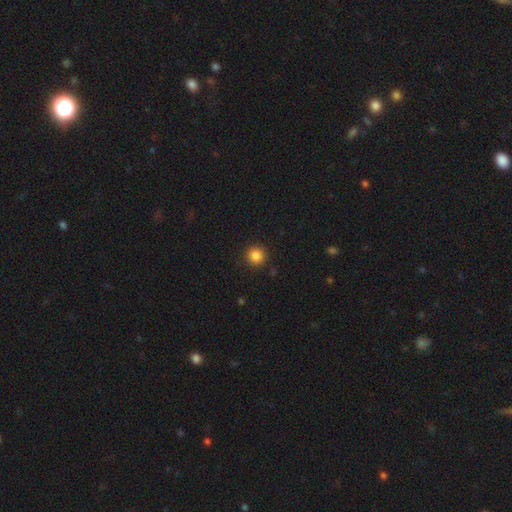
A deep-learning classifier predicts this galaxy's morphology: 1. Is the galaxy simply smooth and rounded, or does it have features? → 85% smooth, 11% star or artifact, 4% featured or disk.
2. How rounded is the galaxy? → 94% round, 5% in between, 1% cigar-shaped.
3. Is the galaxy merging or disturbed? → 91% none, 6% minor disturbance, 2% major disturbance, 1% merger.